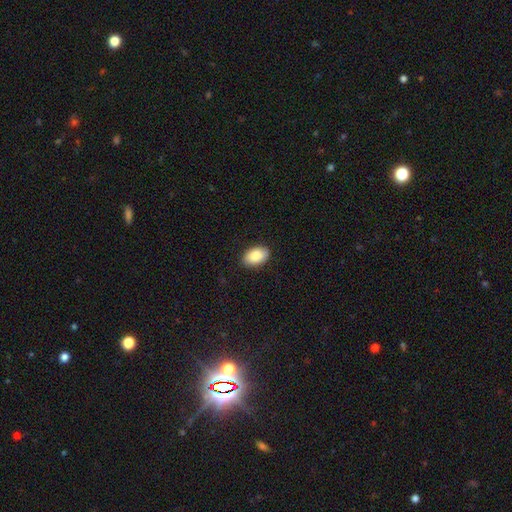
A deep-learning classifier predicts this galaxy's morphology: Q: Smooth or featured?
A: smooth (89%); runner-up: star or artifact (6%)
Q: How rounded?
A: in between (92%); runner-up: round (7%)
Q: Merging?
A: none (88%); runner-up: minor disturbance (9%)